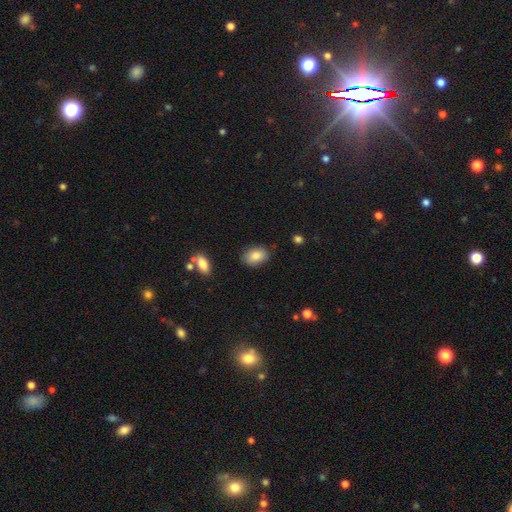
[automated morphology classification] The model was most divided on "merging": none: 82%, minor disturbance: 13%, major disturbance: 3%, merger: 2%. More confident: how rounded — in between (85%); smooth or featured — smooth (85%).